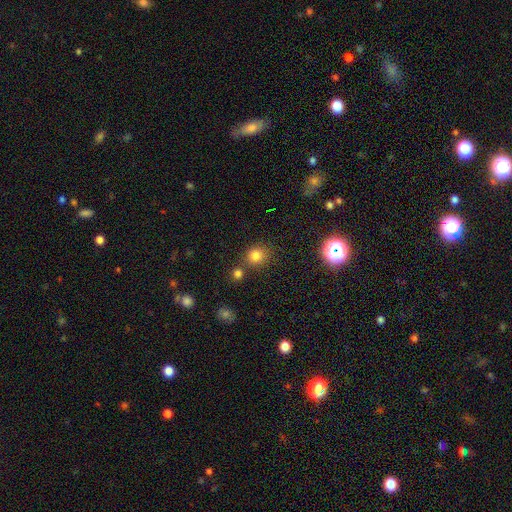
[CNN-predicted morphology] Smooth or featured? smooth (78%)
How rounded? round (81%)
Merging? none (72%)